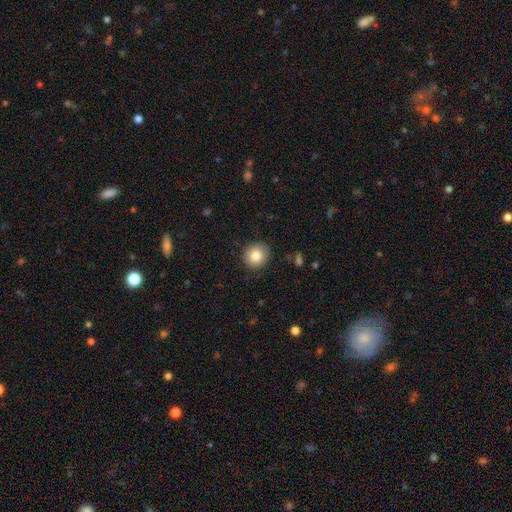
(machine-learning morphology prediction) Smooth or featured?
  - smooth: 83% *
  - star or artifact: 9%
  - featured or disk: 8%
How rounded?
  - round: 88% *
  - in between: 11%
  - cigar-shaped: 1%
Merging?
  - none: 88% *
  - minor disturbance: 9%
  - major disturbance: 2%
  - merger: 1%